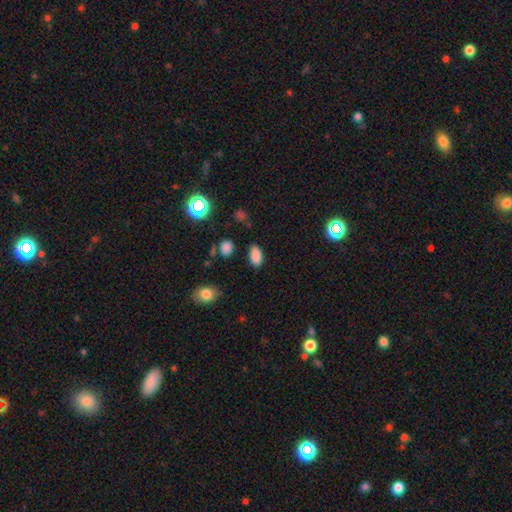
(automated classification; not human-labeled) This is clearly a smooth galaxy (84%). How rounded: clearly in between (92%). Merging: clearly none (83%).